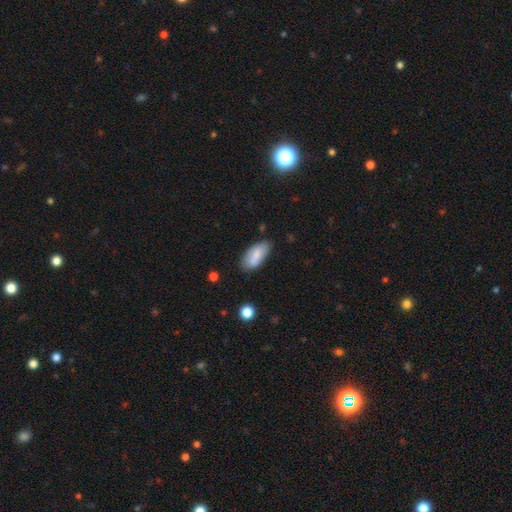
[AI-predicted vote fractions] The model was most divided on "merging": none: 70%, minor disturbance: 21%, merger: 4%, major disturbance: 4%. More confident: how rounded — in between (88%); smooth or featured — smooth (75%).